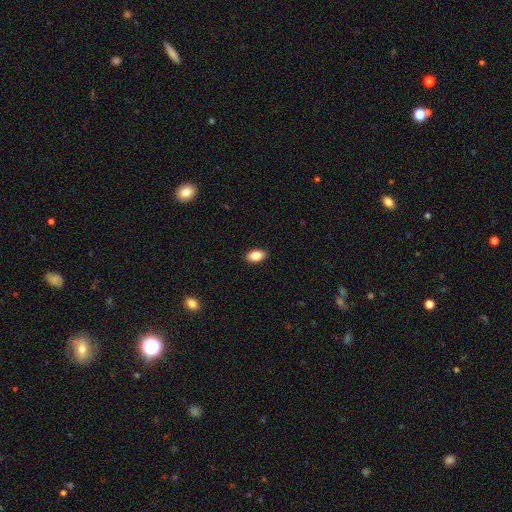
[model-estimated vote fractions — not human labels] Smooth or featured? smooth (85%)
How rounded? in between (91%)
Merging? none (89%)